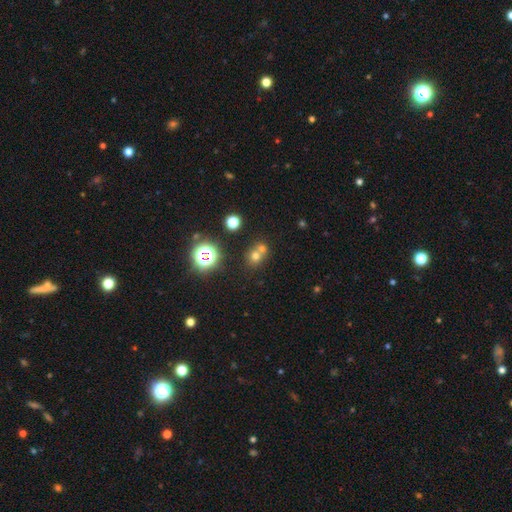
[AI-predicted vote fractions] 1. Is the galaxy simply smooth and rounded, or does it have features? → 62% smooth, 25% star or artifact, 13% featured or disk.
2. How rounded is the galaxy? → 78% round, 21% in between, 1% cigar-shaped.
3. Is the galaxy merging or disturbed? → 48% merger, 43% none, 6% minor disturbance, 3% major disturbance.